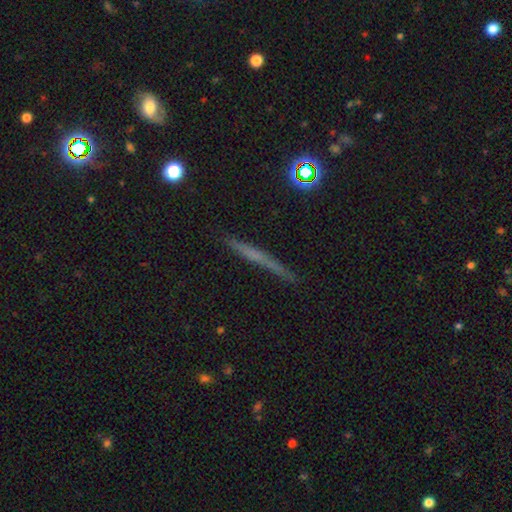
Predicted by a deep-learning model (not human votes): The model was most divided on "smooth or featured": featured or disk: 51%, smooth: 38%, star or artifact: 11%. More confident: edge-on disk — yes (96%); merging — none (87%).